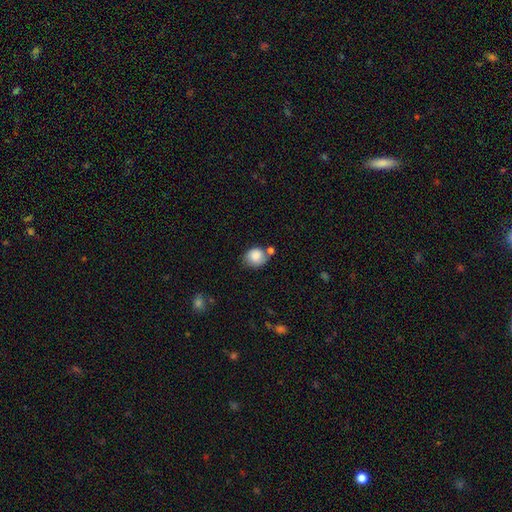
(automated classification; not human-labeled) Smooth or featured?
  - smooth: 84% *
  - star or artifact: 8%
  - featured or disk: 8%
How rounded?
  - round: 68% *
  - in between: 31%
  - cigar-shaped: 1%
Merging?
  - none: 55% *
  - minor disturbance: 21%
  - merger: 17%
  - major disturbance: 6%